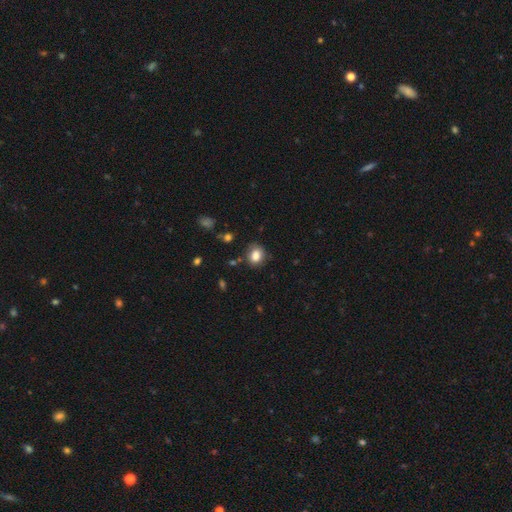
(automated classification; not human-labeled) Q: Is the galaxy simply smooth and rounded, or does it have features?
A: smooth — 83%.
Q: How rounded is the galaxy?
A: round — 60%.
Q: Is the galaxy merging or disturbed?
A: none — 76%.